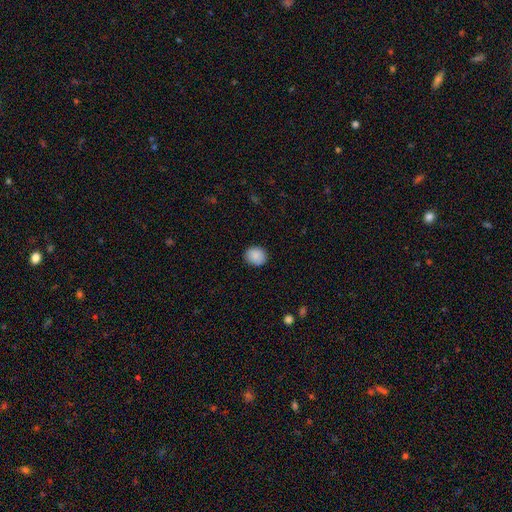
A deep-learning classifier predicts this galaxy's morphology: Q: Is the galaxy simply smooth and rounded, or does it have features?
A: smooth — 88%.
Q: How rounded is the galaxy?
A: round — 66%.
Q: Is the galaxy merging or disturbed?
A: none — 88%.